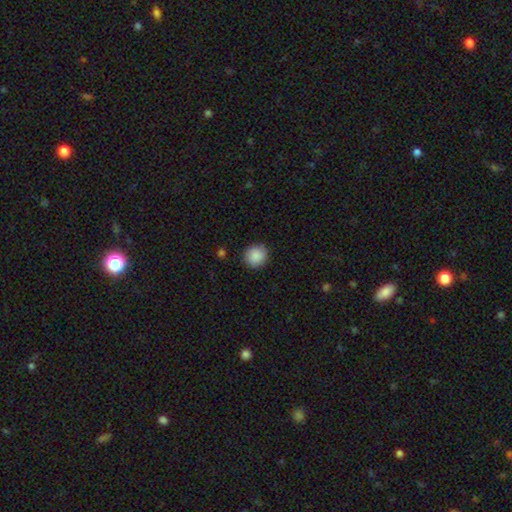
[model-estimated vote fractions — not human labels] smooth 89%, star or artifact 8%, featured or disk 3%. Down the decision tree: how rounded — round (89%); merging — none (89%).